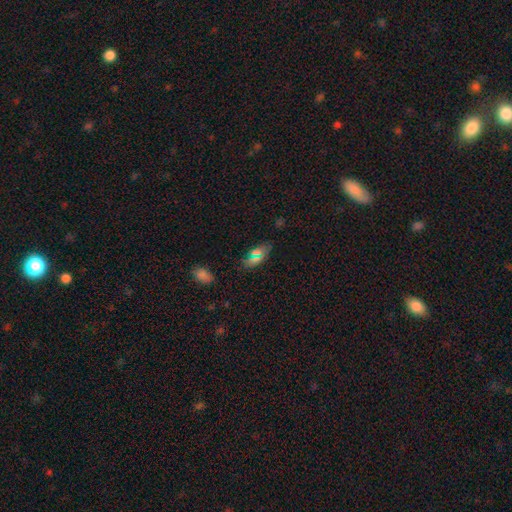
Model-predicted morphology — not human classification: Overall: smooth (69%). How rounded: in between (87%). Merging: none (82%).